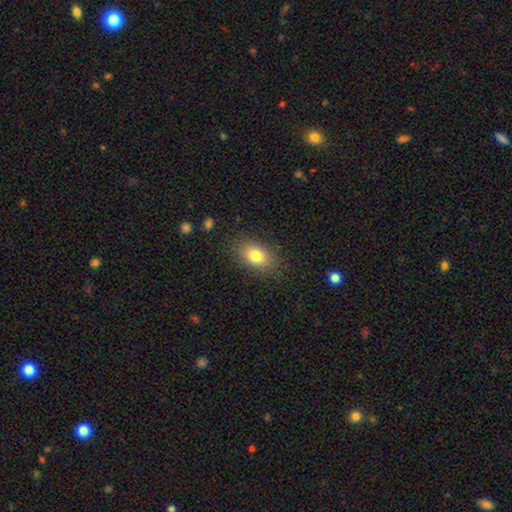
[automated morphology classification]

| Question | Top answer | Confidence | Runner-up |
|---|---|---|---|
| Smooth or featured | smooth | 80% | featured or disk (10%) |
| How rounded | in between | 82% | round (16%) |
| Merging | none | 84% | minor disturbance (11%) |